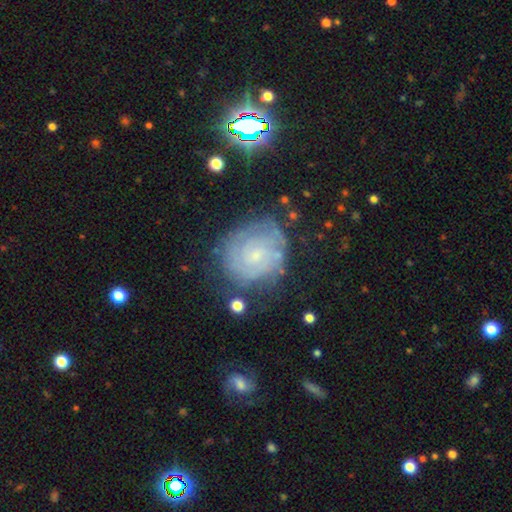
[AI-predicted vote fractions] A featured or disk galaxy (75%) with no bar (69%), tight (73%) spiral arms (92%) and a small central bulge (76%).

Vote fractions:
- Smooth or featured? featured or disk: 75% / smooth: 16% / star or artifact: 9%
- Edge-on disk? no: 98% / yes: 2%
- Bar? no: 69% / weak: 27% / strong: 4%
- Spiral arms? yes: 92% / no: 8%
- Spiral winding? tight: 73% / medium: 21% / loose: 5%
- Spiral arm count? can't tell: 42% / 2: 24% / 3: 16% / 4: 8% / more than 4: 5% / 1: 5%
- Bulge size? small: 76% / moderate: 14% / none: 7% / large: 1% / dominant: 1%
- Merging? none: 72% / minor disturbance: 18% / major disturbance: 8% / merger: 3%